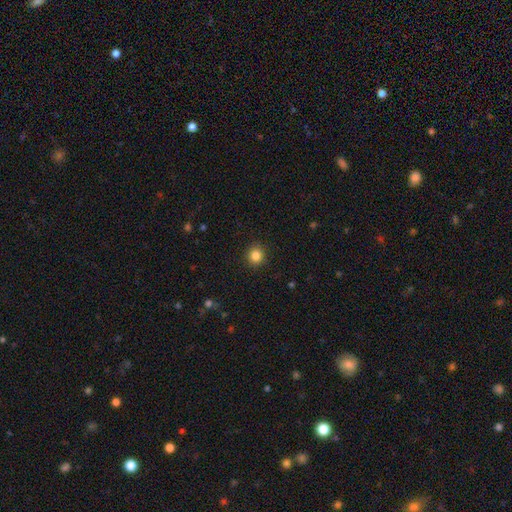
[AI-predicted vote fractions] Overall: smooth (84%). How rounded: round (92%). Merging: none (91%).